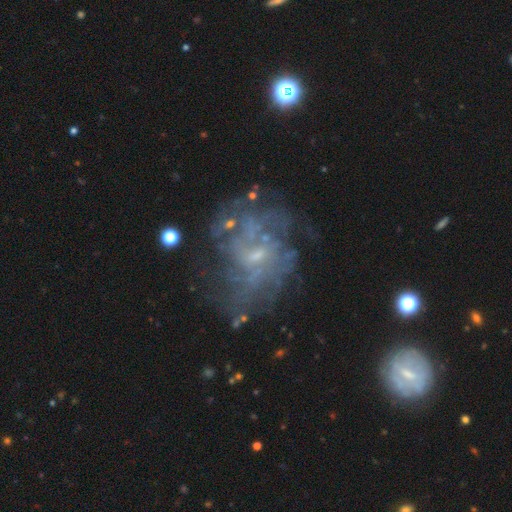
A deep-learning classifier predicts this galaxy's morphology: featured or disk 76%, star or artifact 12%, smooth 12%. Down the decision tree: edge-on disk — no (98%); bar — no (54%); spiral arms — yes (66%); bulge size — small (62%); merging — none (53%).